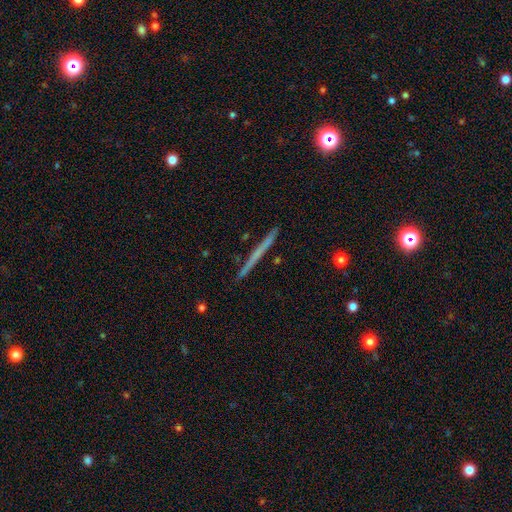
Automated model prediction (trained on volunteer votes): Morphology: type=featured or disk (53%); edge-on=yes (98%); edge-on bulge=none (91%); merging=none (92%).